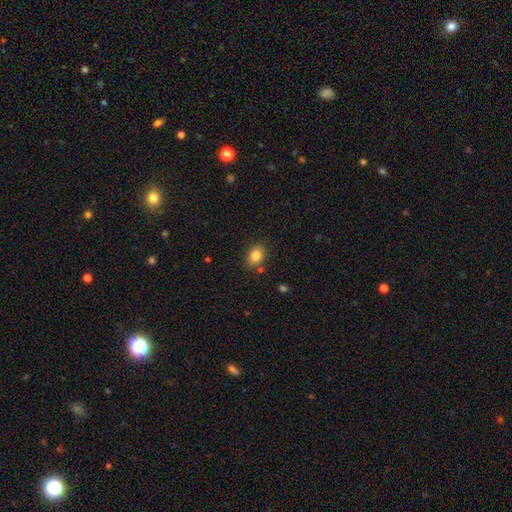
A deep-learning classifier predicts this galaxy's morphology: The model was most divided on "how rounded": in between: 66%, round: 33%, cigar-shaped: 1%. More confident: smooth or featured — smooth (84%); merging — none (81%).